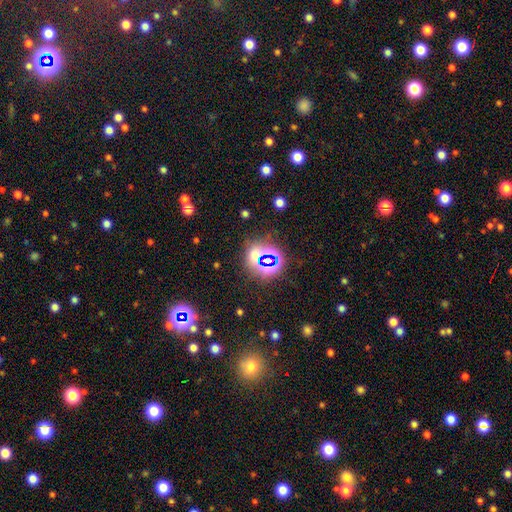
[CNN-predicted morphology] Overall: star or artifact (63%; smooth 28%).